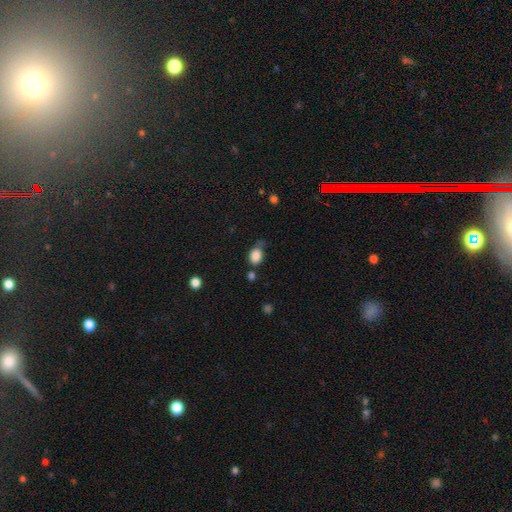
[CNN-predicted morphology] This is clearly a smooth galaxy (85%). How rounded: possibly in between (57%). Merging: possibly none (53%).